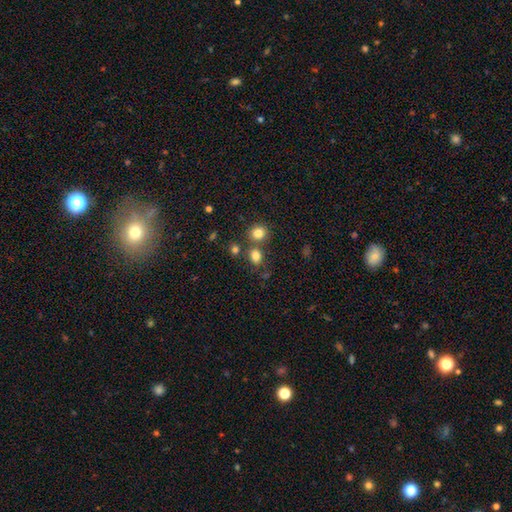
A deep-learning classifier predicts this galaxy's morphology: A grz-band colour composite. It shows a smooth galaxy with no disk features (81%) that is in between round and cigar-shaped (53%). Merging: none (63%).